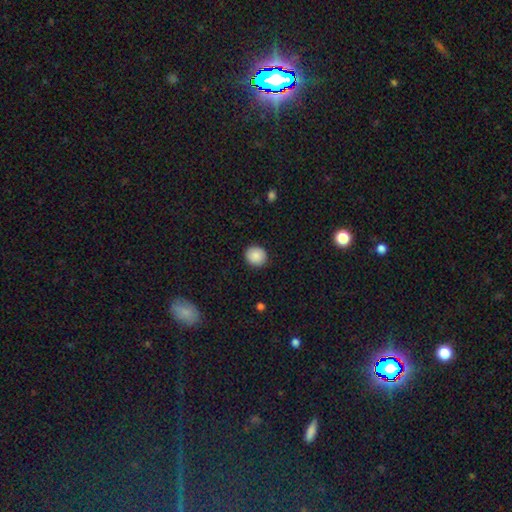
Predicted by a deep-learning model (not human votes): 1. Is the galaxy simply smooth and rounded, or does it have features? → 88% smooth, 8% star or artifact, 4% featured or disk.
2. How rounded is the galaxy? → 87% round, 12% in between, 1% cigar-shaped.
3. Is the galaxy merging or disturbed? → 91% none, 6% minor disturbance, 2% major disturbance, 1% merger.